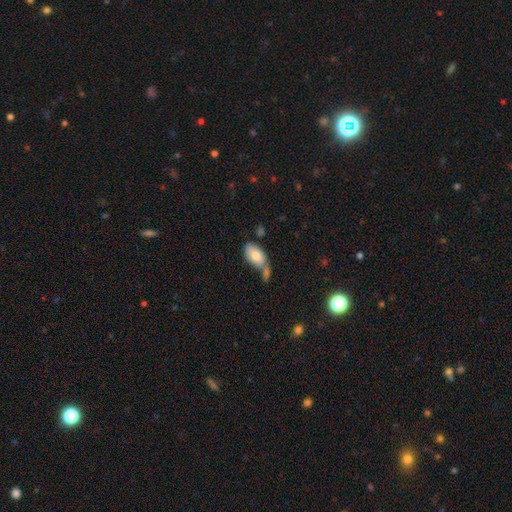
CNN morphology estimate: This is likely a smooth galaxy (79%). How rounded: clearly in between (93%). Merging: marginally none (43%).